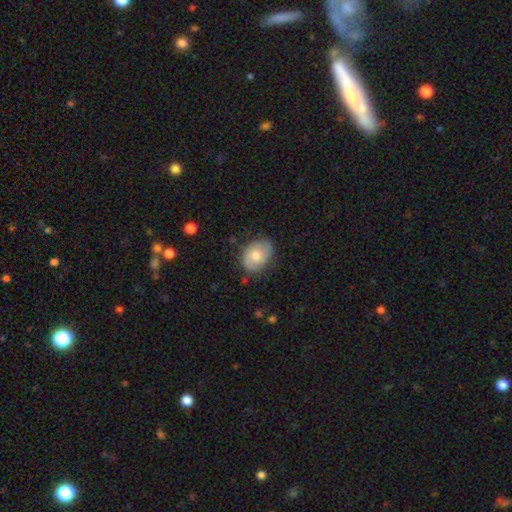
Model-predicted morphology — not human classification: A smooth galaxy with no disk features (66%) that is in between round and cigar-shaped (66%). Merging: none (73%).